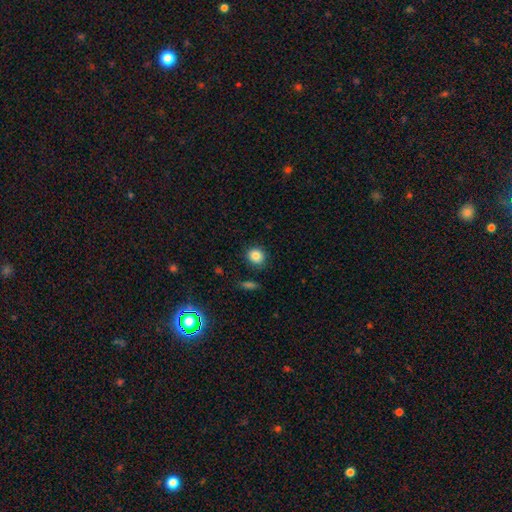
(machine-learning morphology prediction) A smooth galaxy with no disk features (84%) that is round (82%). Merging: none (86%).